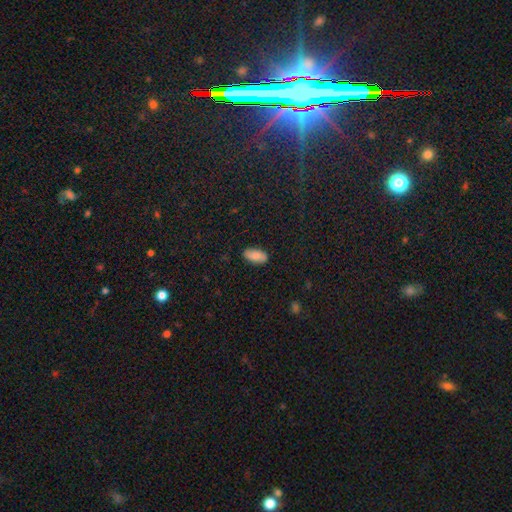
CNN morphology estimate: Smooth or featured?
  - smooth: 80% *
  - featured or disk: 13%
  - star or artifact: 7%
How rounded?
  - in between: 93% *
  - cigar-shaped: 4%
  - round: 3%
Merging?
  - none: 84% *
  - minor disturbance: 12%
  - major disturbance: 3%
  - merger: 1%